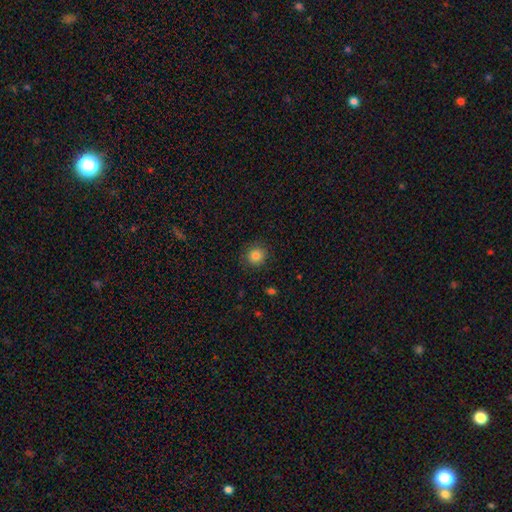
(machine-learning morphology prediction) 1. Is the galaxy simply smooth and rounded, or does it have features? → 83% smooth, 11% star or artifact, 6% featured or disk.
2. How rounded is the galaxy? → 91% round, 8% in between, 1% cigar-shaped.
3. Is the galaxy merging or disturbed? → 89% none, 7% minor disturbance, 2% major disturbance, 1% merger.